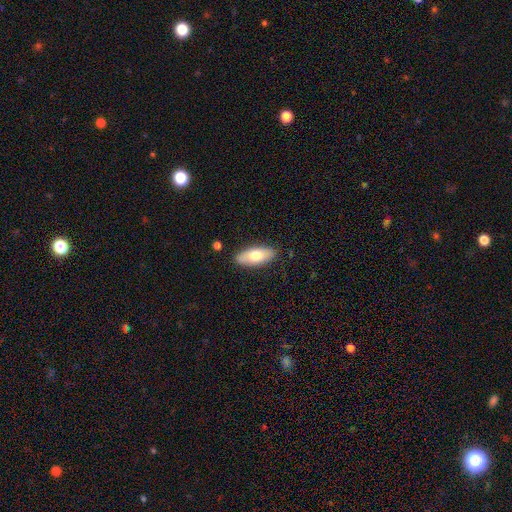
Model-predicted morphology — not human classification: Smooth or featured? Predicted: smooth (p=0.71). How rounded? Predicted: in between (p=0.84). Merging? Predicted: none (p=0.85).